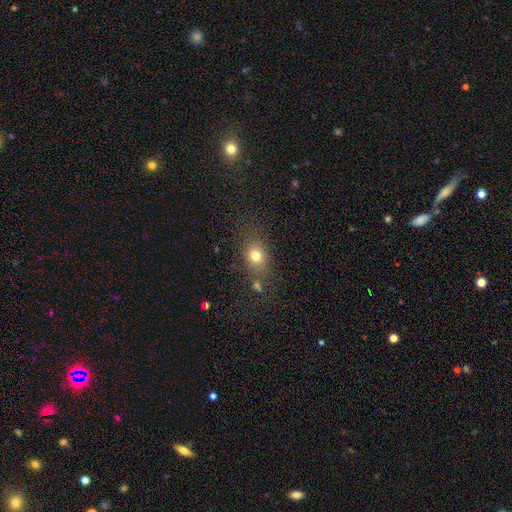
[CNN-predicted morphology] Smooth or featured? smooth (75%)
How rounded? round (54%)
Merging? none (70%)